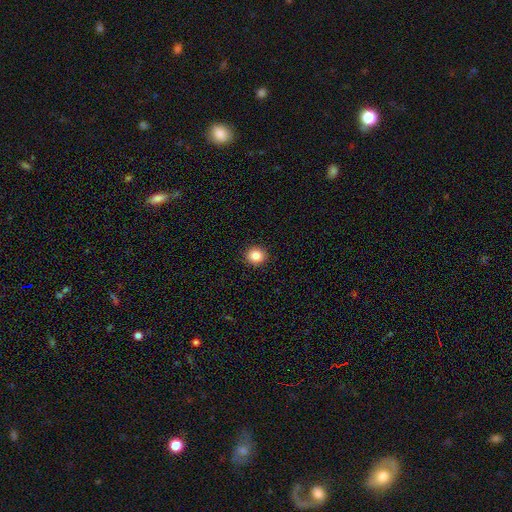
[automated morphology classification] Smooth or featured? Predicted: smooth (p=0.85). How rounded? Predicted: round (p=0.87). Merging? Predicted: none (p=0.92).